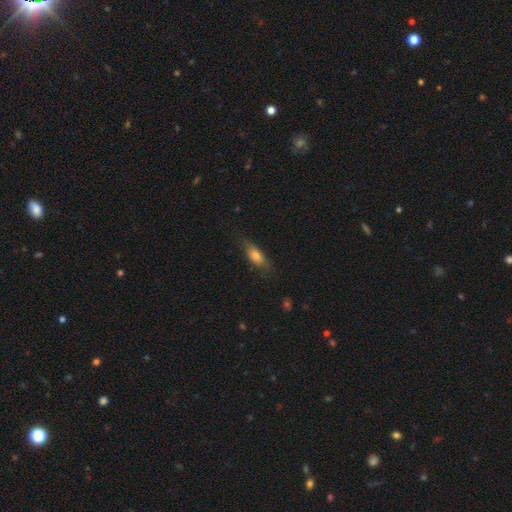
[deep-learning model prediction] Morphology: type=smooth (71%); roundness=in between (68%); merging=none (72%).